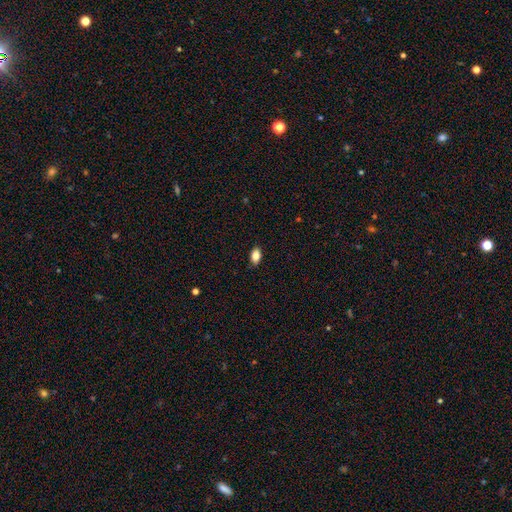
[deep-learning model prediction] A smooth galaxy with no disk features (85%) that is in between round and cigar-shaped (89%). Merging: none (87%).